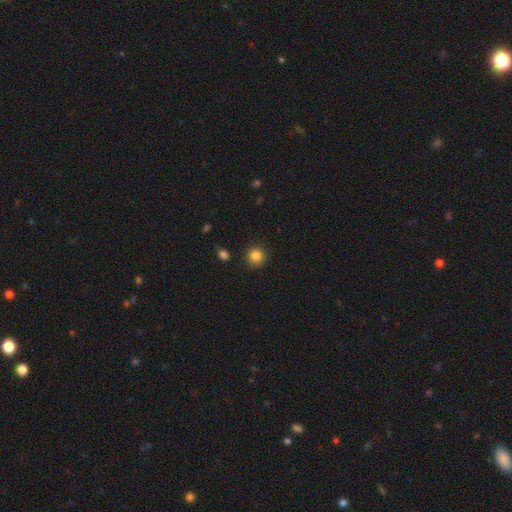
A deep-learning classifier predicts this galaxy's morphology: type=smooth (85%); roundness=round (93%); merging=none (89%).